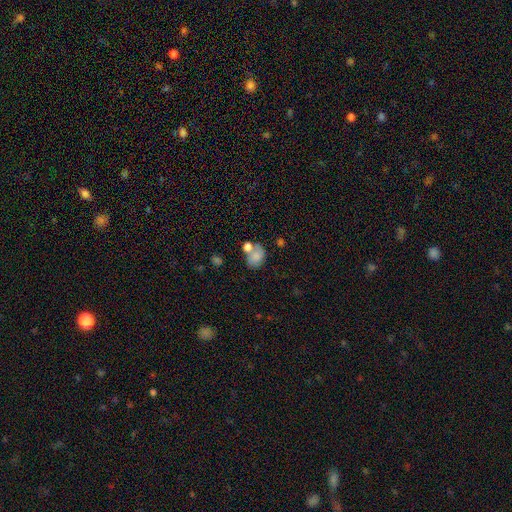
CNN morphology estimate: Smooth or featured?
  - smooth: 72% *
  - featured or disk: 19%
  - star or artifact: 10%
How rounded?
  - in between: 57% *
  - round: 41%
  - cigar-shaped: 1%
Merging?
  - merger: 37% *
  - none: 36%
  - minor disturbance: 18%
  - major disturbance: 10%